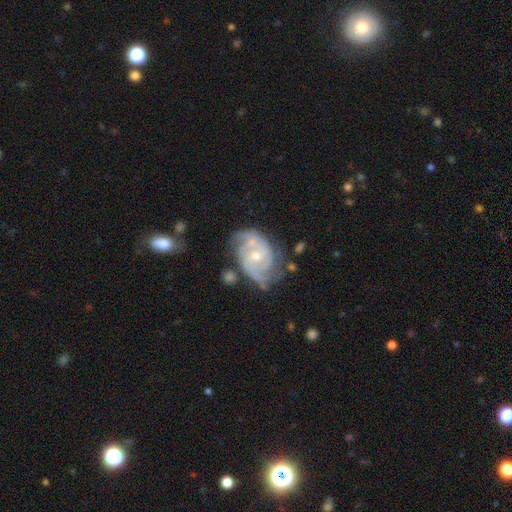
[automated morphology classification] Smooth or featured? featured or disk (88%)
Edge-on disk? no (97%)
Bar? no (60%)
Spiral arms? yes (97%)
Spiral winding? tight (53%)
Spiral arm count? 2 (51%)
Bulge size? small (55%)
Merging? none (63%)